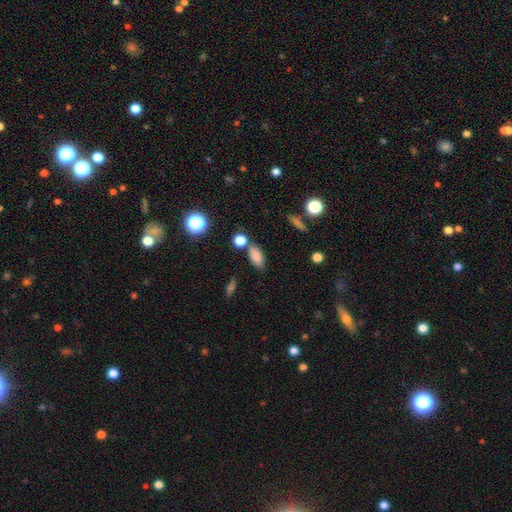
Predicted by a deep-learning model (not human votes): The model was most divided on "merging": none: 70%, merger: 14%, minor disturbance: 13%, major disturbance: 4%. More confident: how rounded — in between (84%); smooth or featured — smooth (83%).